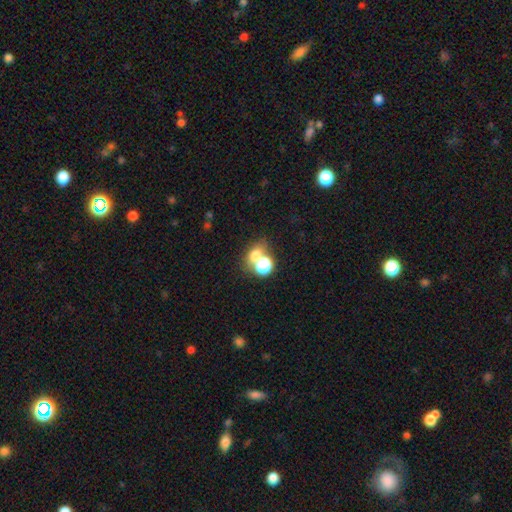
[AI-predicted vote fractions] Smooth or featured: smooth — 66% (star or artifact — 23%)
How rounded: round — 52% (in between — 46%)
Merging: none — 47% (merger — 39%)